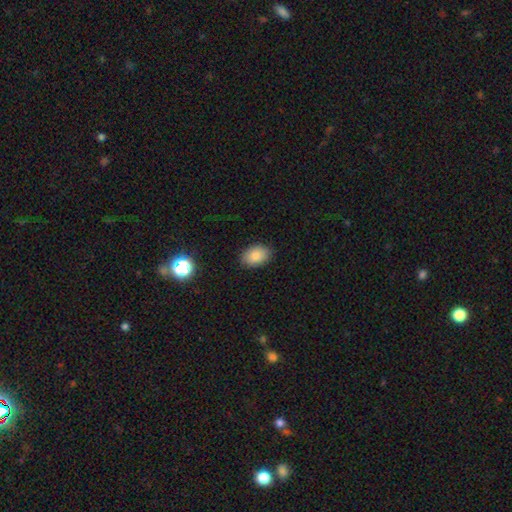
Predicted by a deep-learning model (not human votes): smooth 85%, star or artifact 9%, featured or disk 6%. Down the decision tree: how rounded — in between (83%); merging — none (86%).